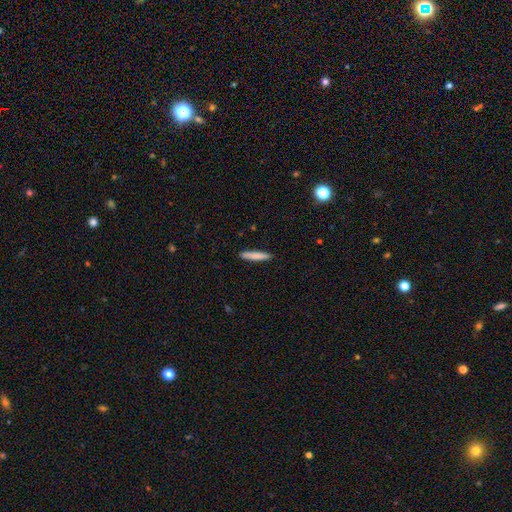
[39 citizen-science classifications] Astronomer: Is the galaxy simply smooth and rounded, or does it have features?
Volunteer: smooth — 85%.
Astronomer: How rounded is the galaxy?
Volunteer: cigar-shaped — 100%.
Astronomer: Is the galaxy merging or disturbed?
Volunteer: none — 95%.